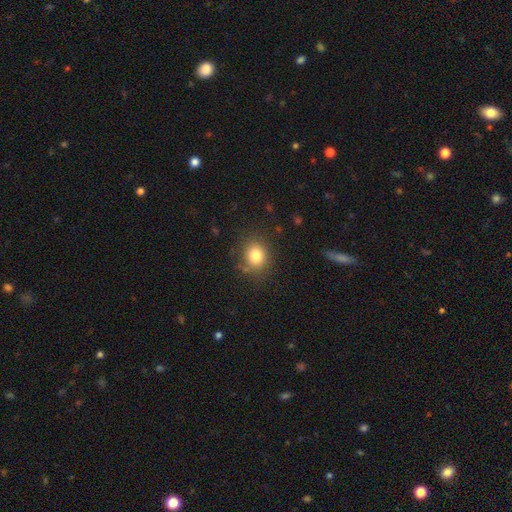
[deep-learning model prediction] smooth 81%, star or artifact 11%, featured or disk 8%. Down the decision tree: how rounded — round (71%); merging — none (81%).